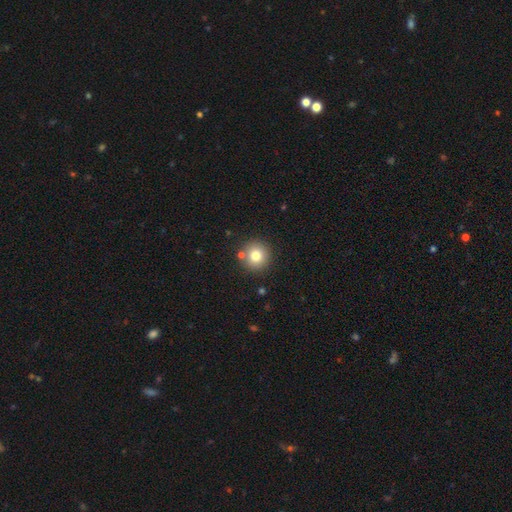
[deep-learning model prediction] Morphology: type=smooth (79%); roundness=round (93%); merging=none (83%).